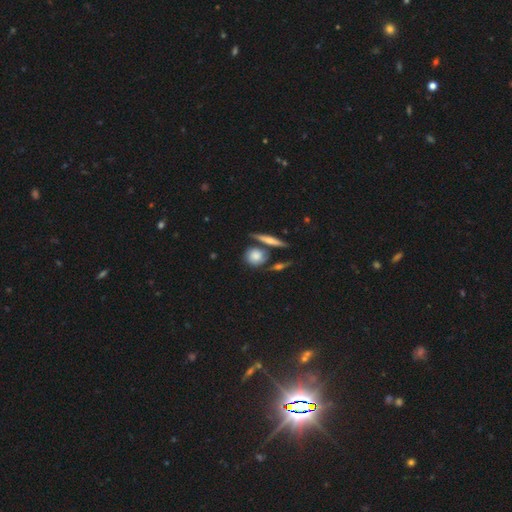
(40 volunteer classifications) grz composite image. It shows a smooth galaxy with no disk features (55%) that is round (77%). Merging: none (57%).